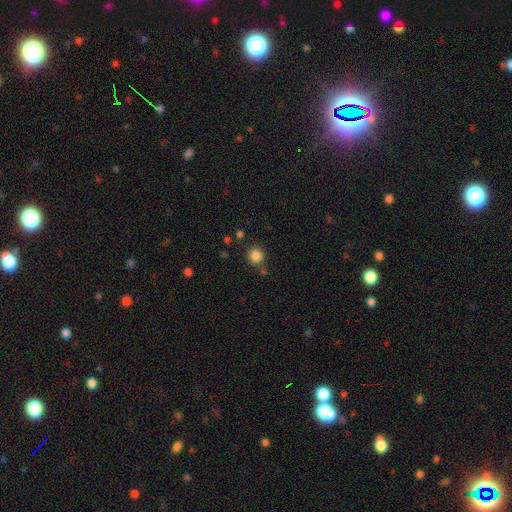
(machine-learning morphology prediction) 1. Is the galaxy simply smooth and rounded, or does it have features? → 85% smooth, 11% star or artifact, 4% featured or disk.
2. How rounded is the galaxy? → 92% round, 7% in between, 1% cigar-shaped.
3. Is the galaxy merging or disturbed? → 82% none, 8% minor disturbance, 6% merger, 3% major disturbance.